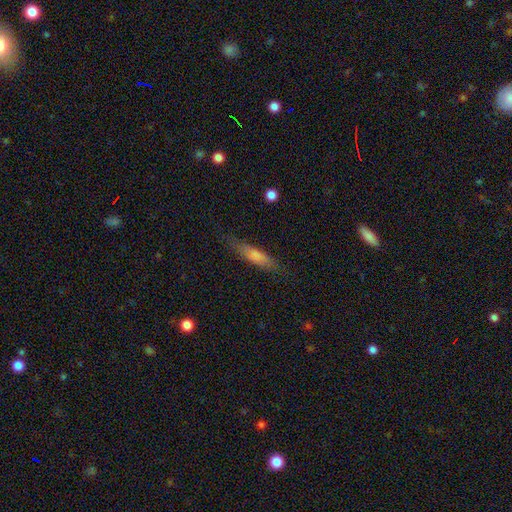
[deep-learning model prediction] Smooth or featured? smooth (71%)
How rounded? cigar-shaped (71%)
Merging? none (78%)